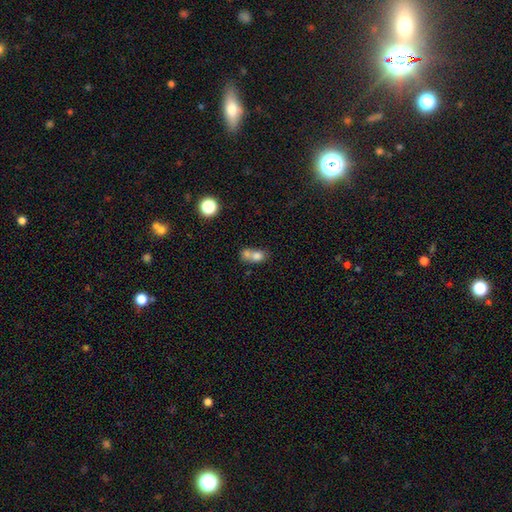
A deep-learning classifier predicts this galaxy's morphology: Smooth or featured? Predicted: smooth (p=0.70). How rounded? Predicted: round (p=0.51). Merging? Predicted: merger (p=0.63).